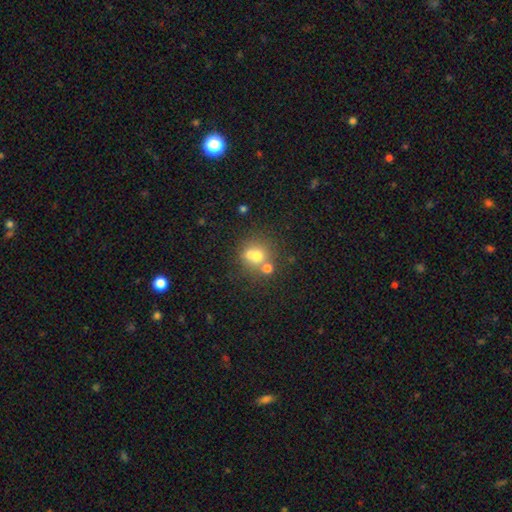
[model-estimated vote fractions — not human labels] Smooth or featured?
  - smooth: 64% *
  - featured or disk: 21%
  - star or artifact: 16%
How rounded?
  - round: 81% *
  - in between: 18%
  - cigar-shaped: 1%
Merging?
  - merger: 44% *
  - none: 43%
  - minor disturbance: 8%
  - major disturbance: 5%